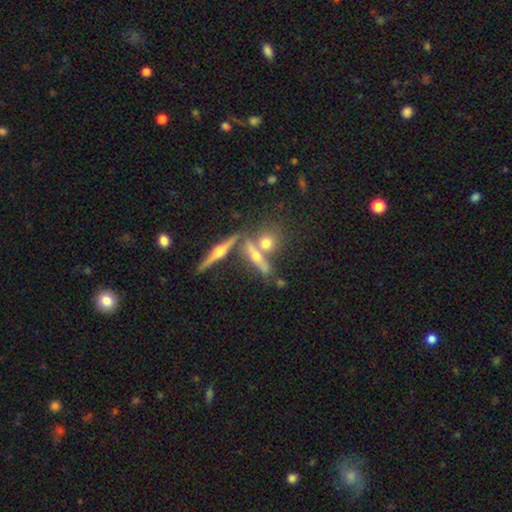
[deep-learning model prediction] Smooth or featured? featured or disk (55%)
Edge-on disk? yes (86%)
Merging? none (59%)